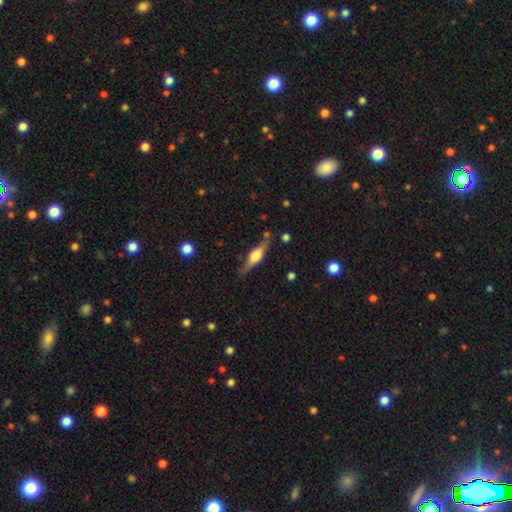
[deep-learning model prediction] Smooth or featured?
  - featured or disk: 66% *
  - smooth: 28%
  - star or artifact: 6%
Edge-on disk?
  - yes: 95% *
  - no: 5%
Edge-on bulge?
  - rounded: 87% *
  - boxy: 11%
  - none: 2%
Merging?
  - none: 79% *
  - minor disturbance: 14%
  - major disturbance: 3%
  - merger: 3%